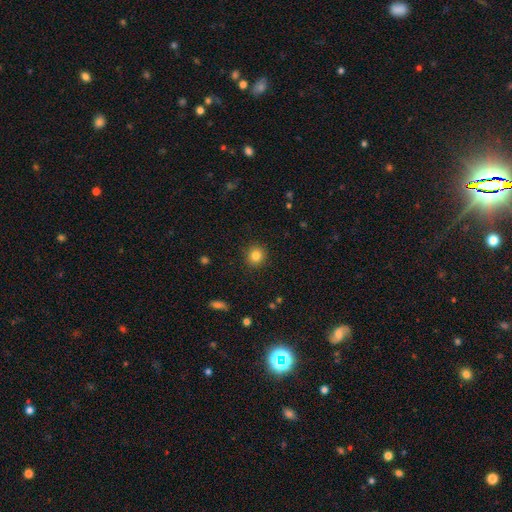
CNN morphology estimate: Smooth or featured? smooth (83%)
How rounded? round (90%)
Merging? none (91%)